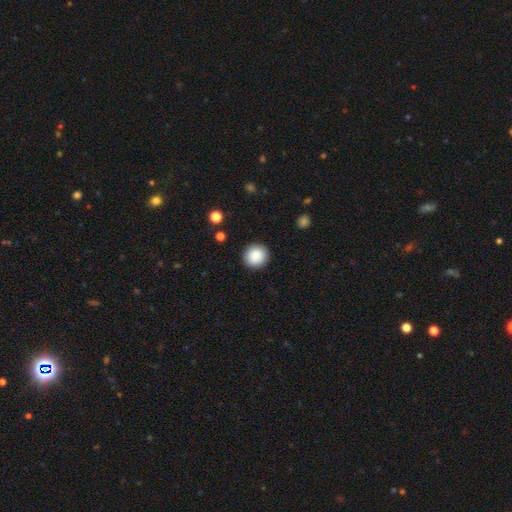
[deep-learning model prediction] This appears to be a smooth galaxy with no disk features (88%) that is round (93%). Merging: none (92%).